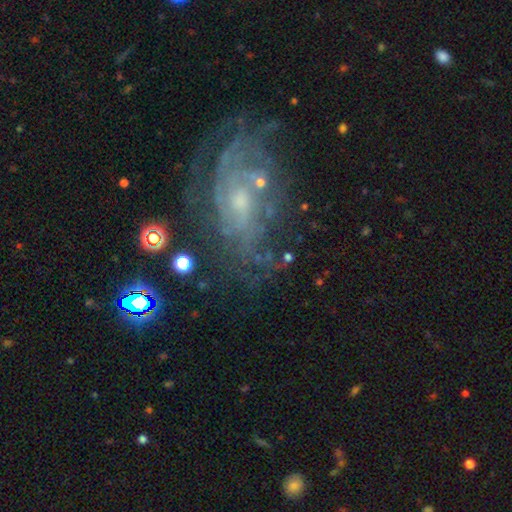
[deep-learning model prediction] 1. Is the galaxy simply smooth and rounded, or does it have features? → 77% featured or disk, 11% star or artifact, 11% smooth.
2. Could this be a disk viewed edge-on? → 95% no, 5% yes.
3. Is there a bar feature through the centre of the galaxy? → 66% no, 29% weak, 6% strong.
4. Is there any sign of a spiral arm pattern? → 85% yes, 15% no.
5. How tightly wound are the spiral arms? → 58% tight, 31% medium, 11% loose.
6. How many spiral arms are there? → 54% can't tell, 14% 2, 11% 3, 9% 4, 7% more than 4, 6% 1.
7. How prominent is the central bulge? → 58% small, 31% moderate, 7% none, 3% large, 1% dominant.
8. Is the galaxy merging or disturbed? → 64% none, 19% minor disturbance, 13% major disturbance, 4% merger.